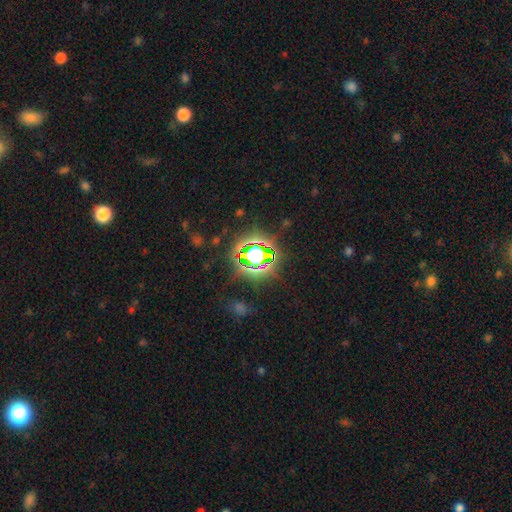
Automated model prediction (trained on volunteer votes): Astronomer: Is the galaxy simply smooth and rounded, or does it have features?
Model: star or artifact — 75%.